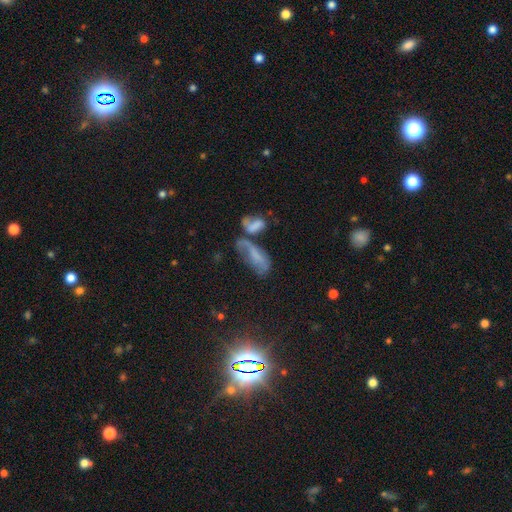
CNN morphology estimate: Smooth or featured?
  - smooth: 45% *
  - featured or disk: 33%
  - star or artifact: 22%
Merging?
  - merger: 44% *
  - none: 22%
  - major disturbance: 20%
  - minor disturbance: 14%